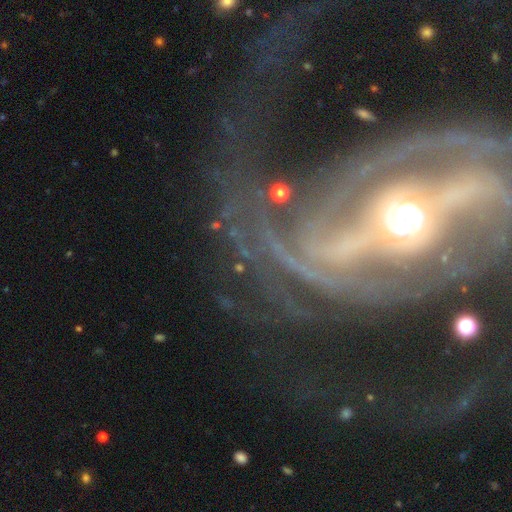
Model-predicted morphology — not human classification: smooth-or-featured: featured or disk: 83% | star or artifact: 10% | smooth: 7%
  disk-edge-on: no: 94% | yes: 6%
    bar: no: 48% | strong: 29% | weak: 23%
    has-spiral-arms: yes: 87% | no: 13%
      spiral-winding: tight: 46% | medium: 35% | loose: 19%
      spiral-arm-count: 2: 32% | can't tell: 24% | 3: 15% | 1: 10% | 4: 10% | more than 4: 10%
    bulge-size: moderate: 47% | small: 34% | large: 12% | dominant: 4% | none: 3%
  merging: none: 48% | major disturbance: 31% | minor disturbance: 15% | merger: 6%